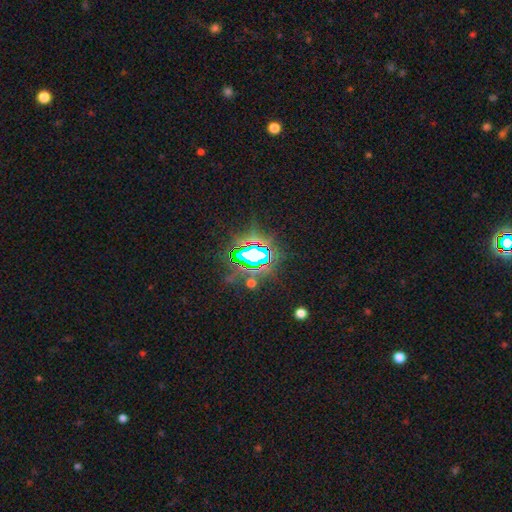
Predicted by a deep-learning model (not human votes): Smooth or featured? star or artifact (81%)